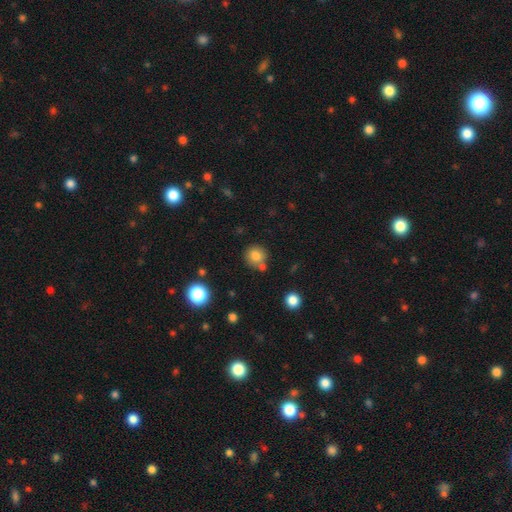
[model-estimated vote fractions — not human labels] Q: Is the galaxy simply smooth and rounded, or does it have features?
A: smooth — 80%.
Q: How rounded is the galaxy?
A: round — 91%.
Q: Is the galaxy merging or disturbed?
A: none — 72%.